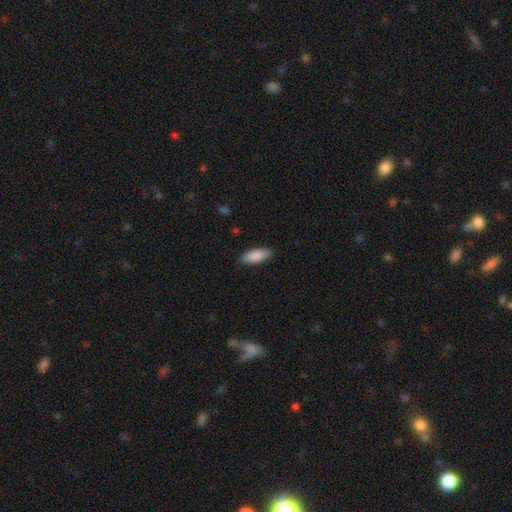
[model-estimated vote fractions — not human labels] The model was most divided on "how rounded": in between: 77%, cigar-shaped: 22%, round: 2%. More confident: smooth or featured — smooth (89%); merging — none (87%).